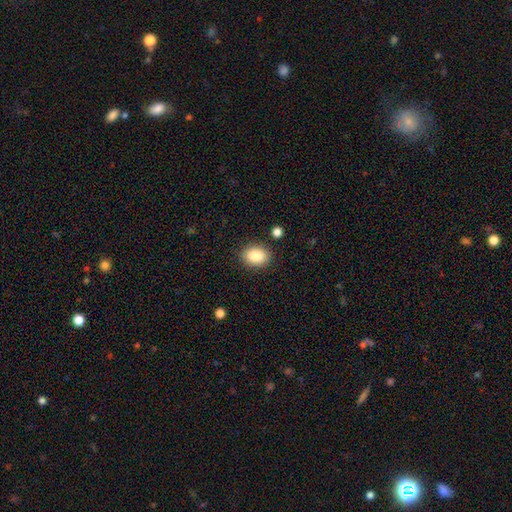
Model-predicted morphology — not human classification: Smooth or featured?
  - smooth: 88% *
  - star or artifact: 8%
  - featured or disk: 5%
How rounded?
  - in between: 74% *
  - round: 25%
  - cigar-shaped: 1%
Merging?
  - none: 86% *
  - minor disturbance: 9%
  - major disturbance: 3%
  - merger: 2%